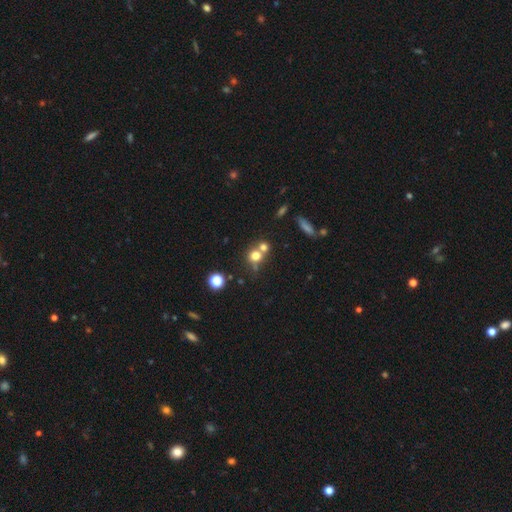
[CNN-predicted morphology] This appears to be a smooth galaxy with no disk features (72%) that is round (83%). Merging: merger (48%).